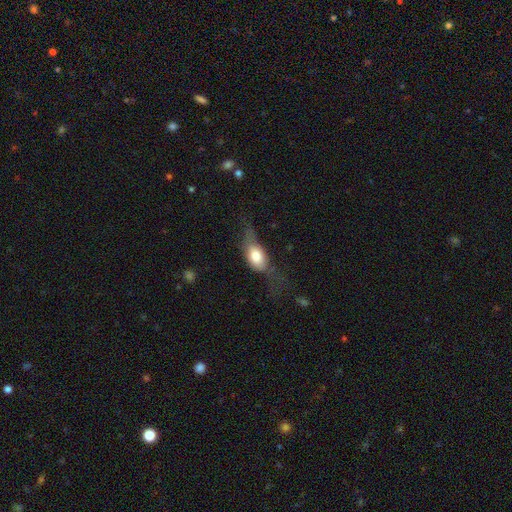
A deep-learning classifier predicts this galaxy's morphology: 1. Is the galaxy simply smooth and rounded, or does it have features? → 67% smooth, 26% featured or disk, 7% star or artifact.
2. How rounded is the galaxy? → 80% in between, 11% round, 9% cigar-shaped.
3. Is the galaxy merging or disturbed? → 35% none, 33% major disturbance, 29% minor disturbance, 3% merger.